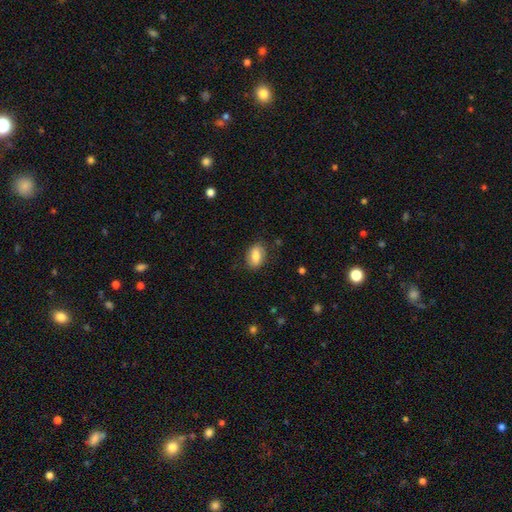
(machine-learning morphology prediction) This appears to be a smooth galaxy with no disk features (76%) that is in between round and cigar-shaped (85%). Merging: none (80%).